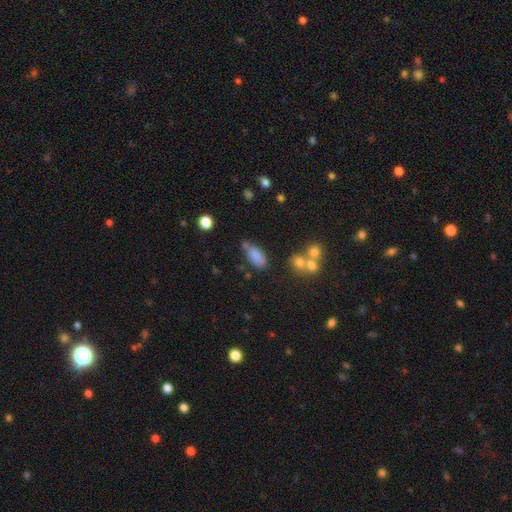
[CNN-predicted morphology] type=smooth (79%); roundness=in between (86%); merging=none (52%).